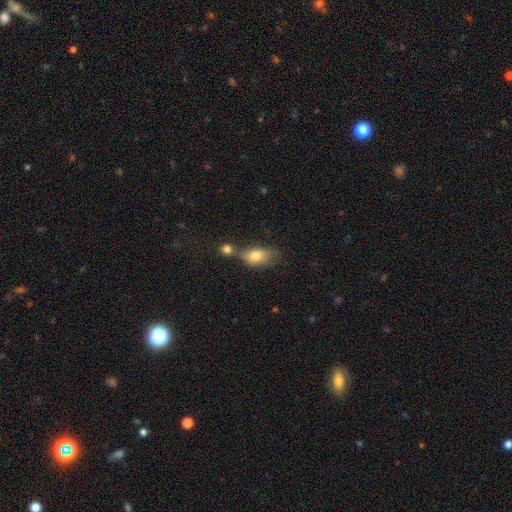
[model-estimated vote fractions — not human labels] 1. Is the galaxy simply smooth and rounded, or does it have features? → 77% smooth, 14% featured or disk, 8% star or artifact.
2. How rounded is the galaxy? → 83% in between, 13% round, 5% cigar-shaped.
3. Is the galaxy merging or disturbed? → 39% merger, 35% none, 17% minor disturbance, 9% major disturbance.